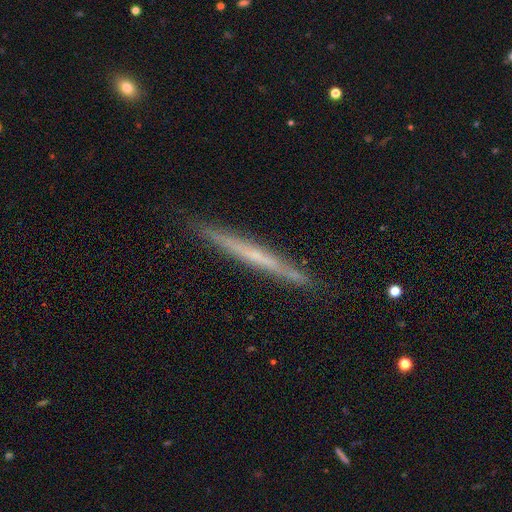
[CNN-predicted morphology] A featured or disk galaxy (58%) viewed edge-on (97%) with no central bulge (83%).

Vote fractions:
- Smooth or featured? featured or disk: 58% / smooth: 35% / star or artifact: 7%
- Edge-on disk? yes: 97% / no: 3%
- Edge-on bulge? none: 83% / rounded: 13% / boxy: 4%
- Merging? none: 89% / minor disturbance: 8% / major disturbance: 1% / merger: 1%